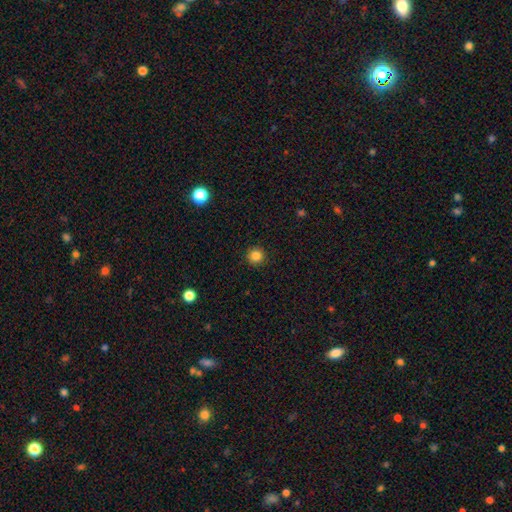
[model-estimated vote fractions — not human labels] Smooth or featured: smooth — 84% (star or artifact — 12%)
How rounded: round — 95% (in between — 4%)
Merging: none — 92% (minor disturbance — 6%)